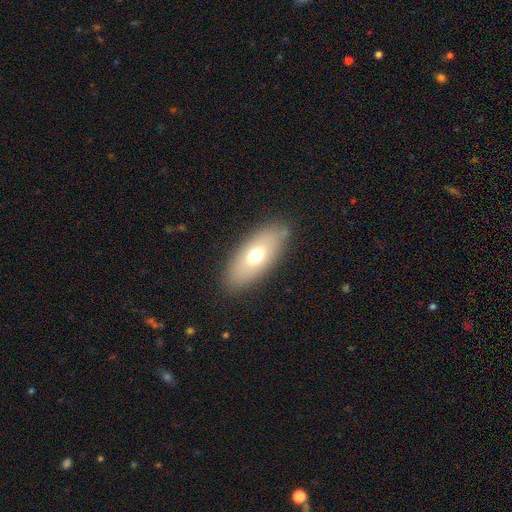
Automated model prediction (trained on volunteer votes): Smooth or featured: smooth — 66% (featured or disk — 27%)
How rounded: in between — 84% (cigar-shaped — 13%)
Merging: none — 85% (minor disturbance — 11%)